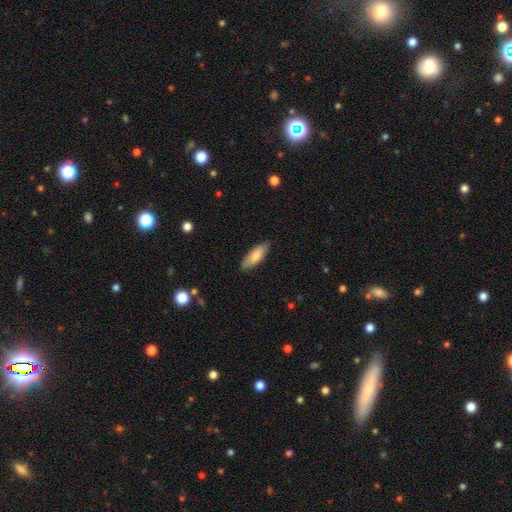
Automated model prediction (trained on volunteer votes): This appears to be a smooth galaxy with no disk features (78%) that is in between round and cigar-shaped (63%). Merging: none (85%).